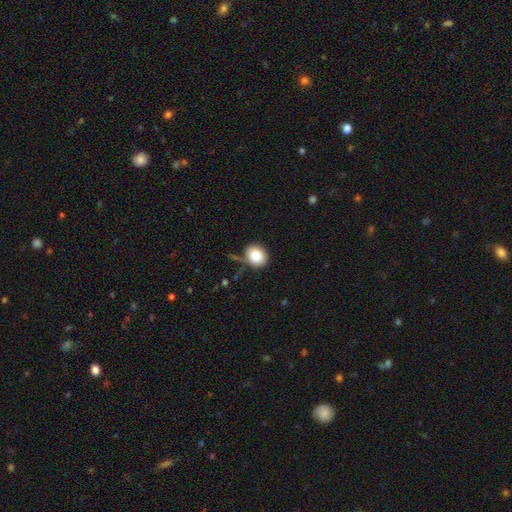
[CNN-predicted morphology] Smooth or featured? Predicted: smooth (p=0.85). How rounded? Predicted: round (p=0.66). Merging? Predicted: none (p=0.71).